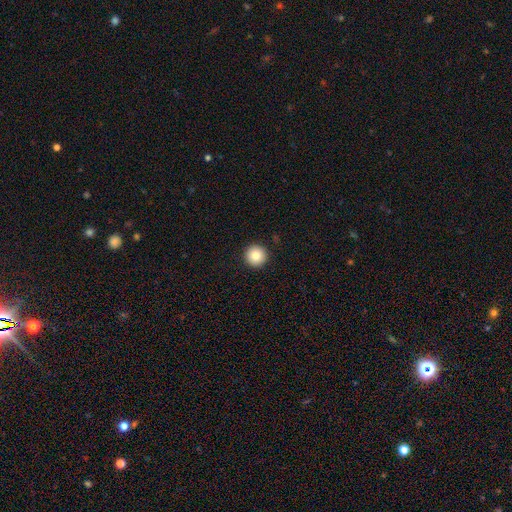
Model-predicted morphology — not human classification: type=smooth (84%); roundness=round (96%); merging=none (93%).